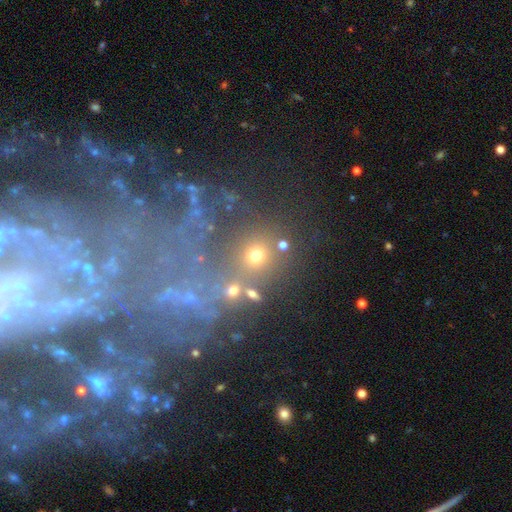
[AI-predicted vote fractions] This appears to be a smooth galaxy with no disk features (62%) that is round (79%). Merging: none (59%).